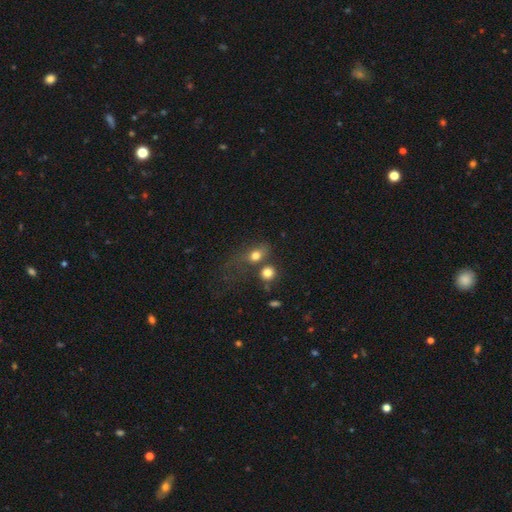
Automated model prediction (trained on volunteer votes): Q: Smooth or featured?
A: smooth (75%); runner-up: featured or disk (13%)
Q: How rounded?
A: in between (55%); runner-up: round (42%)
Q: Merging?
A: merger (33%); runner-up: none (32%)